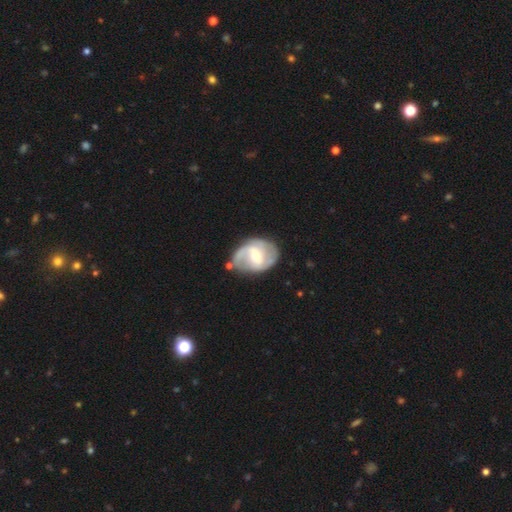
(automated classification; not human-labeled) This is likely a featured or disk galaxy (74%). It is clearly not viewed edge-on (96%). Bar: possibly weak (50%). Spiral arm pattern: clearly yes (80%). Spiral arm count: likely 2 (75%). Spiral winding: marginally medium (42%). Central bulge: likely moderate (60%). Merging: likely none (68%).